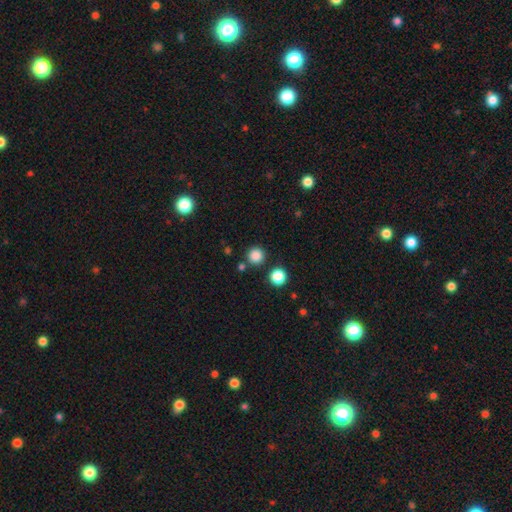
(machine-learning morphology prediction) A smooth galaxy with no disk features (84%) that is round (95%). Merging: none (86%).